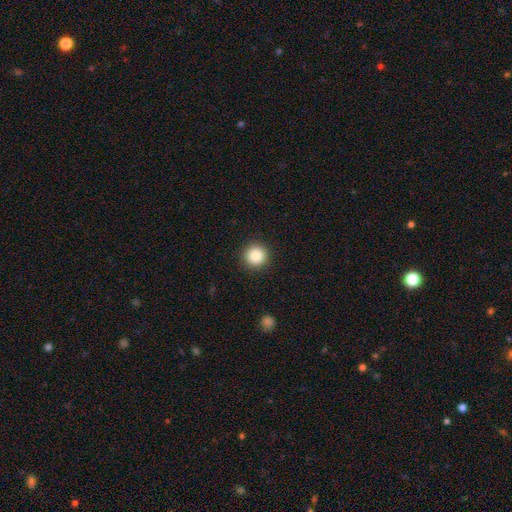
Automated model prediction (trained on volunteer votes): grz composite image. It shows a smooth galaxy with no disk features (85%) that is round (95%). Merging: none (92%).